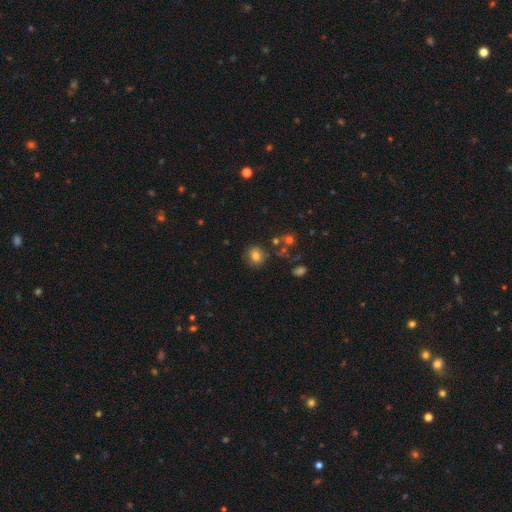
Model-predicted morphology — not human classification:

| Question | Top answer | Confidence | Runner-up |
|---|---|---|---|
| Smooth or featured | smooth | 77% | star or artifact (13%) |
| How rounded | round | 80% | in between (19%) |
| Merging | none | 79% | minor disturbance (12%) |